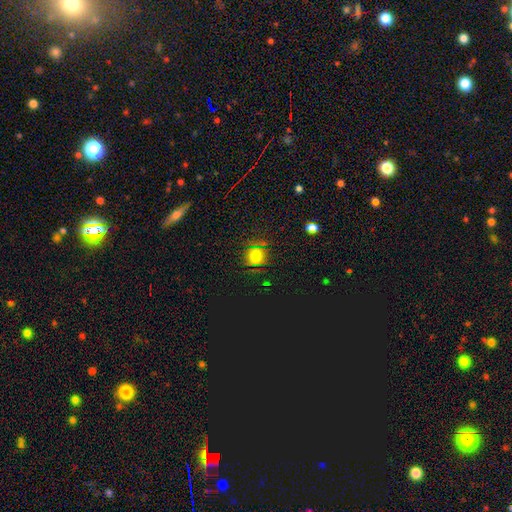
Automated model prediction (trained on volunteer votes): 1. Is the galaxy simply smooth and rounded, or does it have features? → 54% smooth, 35% star or artifact, 11% featured or disk.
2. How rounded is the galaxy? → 88% round, 11% in between, 2% cigar-shaped.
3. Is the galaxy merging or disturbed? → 84% none, 10% minor disturbance, 4% major disturbance, 2% merger.